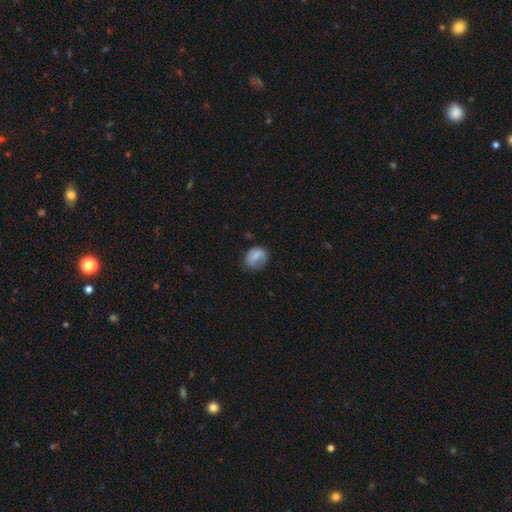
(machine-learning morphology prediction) A smooth galaxy with no disk features (72%) that is round (51%).

Vote fractions:
- Smooth or featured? smooth: 72% / featured or disk: 19% / star or artifact: 9%
- How rounded? round: 51% / in between: 48% / cigar-shaped: 1%
- Merging? none: 52% / minor disturbance: 30% / major disturbance: 16% / merger: 2%